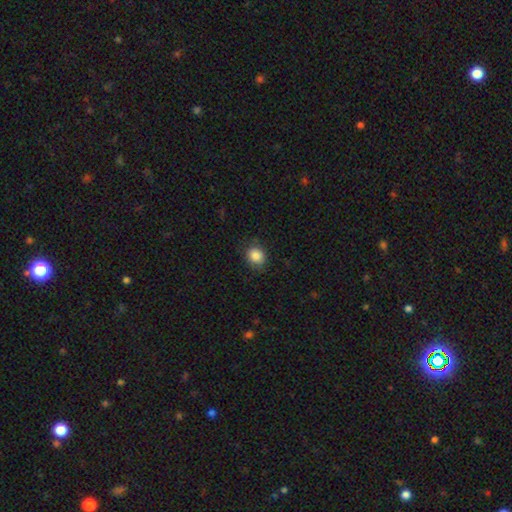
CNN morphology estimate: Smooth or featured?
  - smooth: 86% *
  - star or artifact: 9%
  - featured or disk: 4%
How rounded?
  - round: 71% *
  - in between: 28%
  - cigar-shaped: 1%
Merging?
  - none: 82% *
  - minor disturbance: 14%
  - major disturbance: 3%
  - merger: 1%